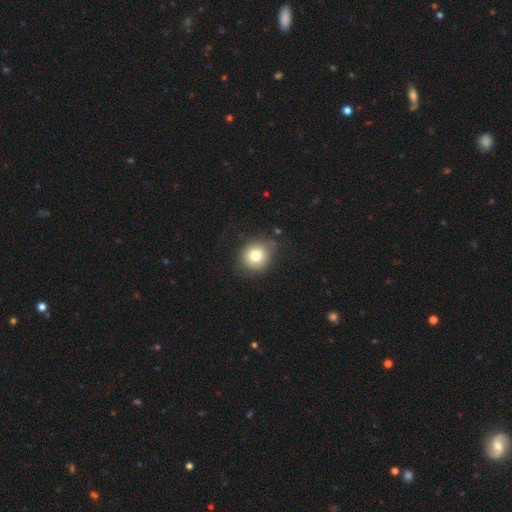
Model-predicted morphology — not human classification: A smooth galaxy with no disk features (77%) that is round (79%).

Vote fractions:
- Smooth or featured? smooth: 77% / featured or disk: 12% / star or artifact: 11%
- How rounded? round: 79% / in between: 21% / cigar-shaped: 1%
- Merging? none: 76% / minor disturbance: 18% / major disturbance: 4% / merger: 2%